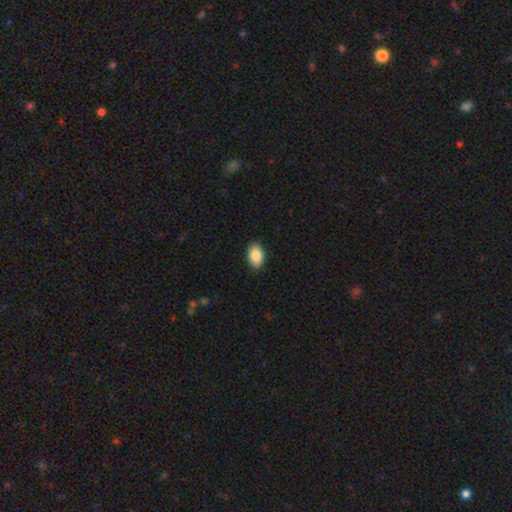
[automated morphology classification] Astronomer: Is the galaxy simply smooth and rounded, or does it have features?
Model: smooth — 88%.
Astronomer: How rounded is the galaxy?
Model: in between — 91%.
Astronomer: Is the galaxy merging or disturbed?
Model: none — 89%.